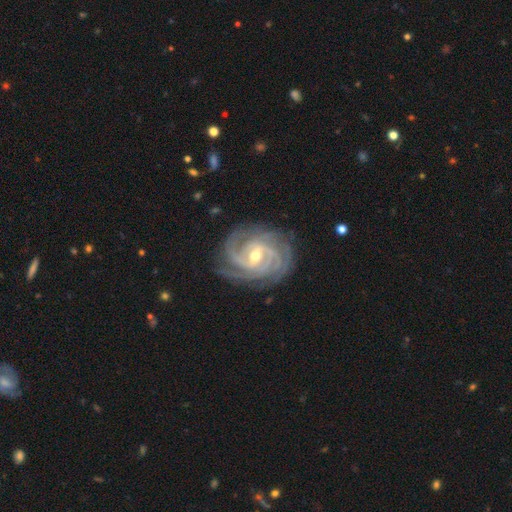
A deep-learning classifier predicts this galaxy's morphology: Smooth or featured? featured or disk (93%)
Edge-on disk? no (98%)
Bar? weak (50%)
Spiral arms? yes (99%)
Spiral winding? tight (73%)
Spiral arm count? 3 (34%)
Bulge size? moderate (54%)
Merging? none (80%)